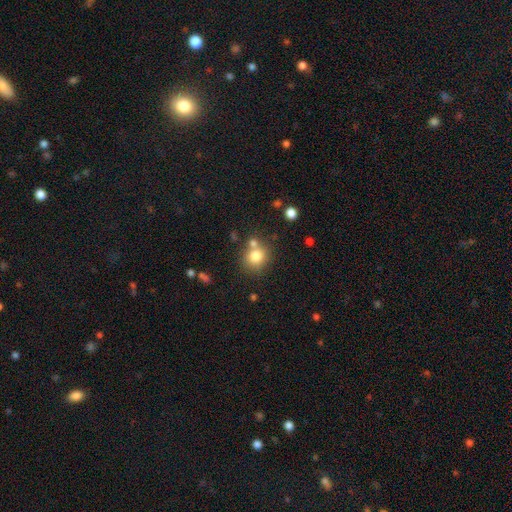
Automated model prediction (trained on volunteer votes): Morphology: type=smooth (78%); roundness=round (83%); merging=none (63%).